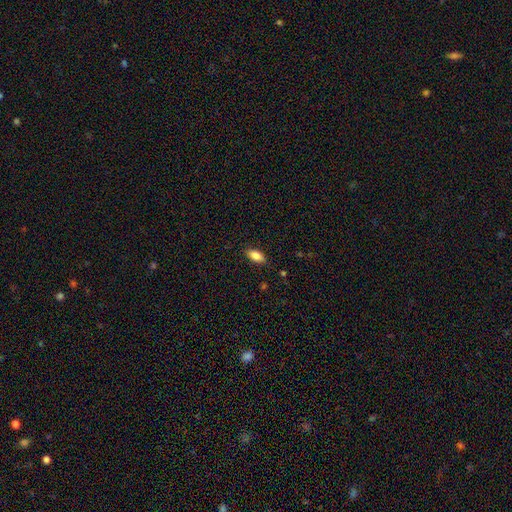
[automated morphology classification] Smooth or featured? smooth (85%)
How rounded? in between (89%)
Merging? none (86%)